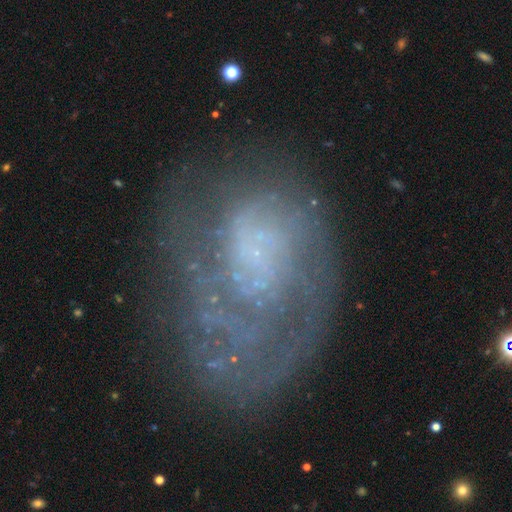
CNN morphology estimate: Smooth or featured?
  - featured or disk: 75% *
  - smooth: 16%
  - star or artifact: 10%
Edge-on disk?
  - no: 98% *
  - yes: 2%
Bar?
  - no: 74% *
  - weak: 21%
  - strong: 5%
Spiral arms?
  - yes: 78% *
  - no: 22%
Spiral winding?
  - tight: 48% *
  - medium: 31%
  - loose: 21%
Spiral arm count?
  - can't tell: 35% *
  - 1: 26%
  - 2: 24%
  - 3: 7%
  - 4: 4%
  - more than 4: 4%
Bulge size?
  - none: 64% *
  - small: 21%
  - moderate: 8%
  - large: 5%
  - dominant: 2%
Merging?
  - none: 53% *
  - major disturbance: 23%
  - minor disturbance: 20%
  - merger: 3%